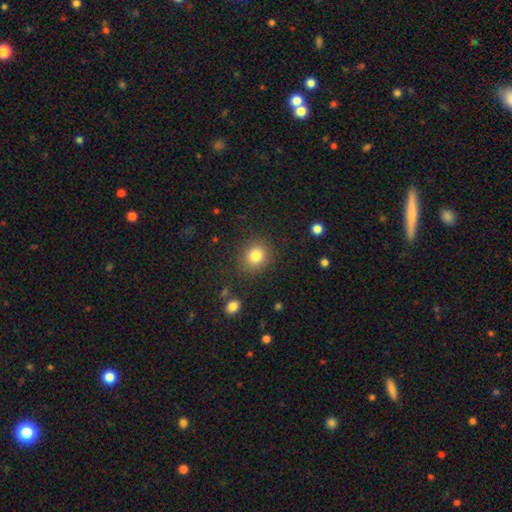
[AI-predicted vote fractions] Overall: smooth (82%). How rounded: round (78%). Merging: none (86%).